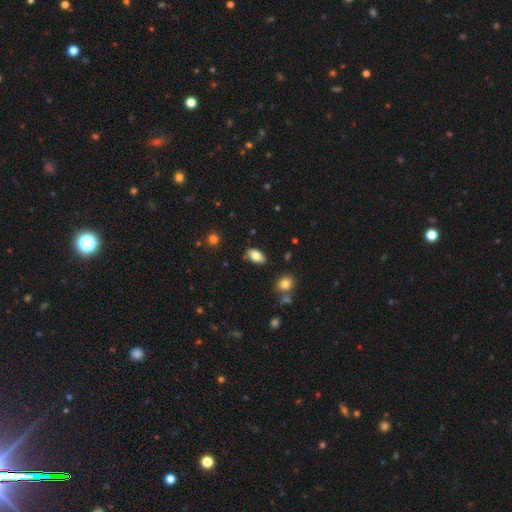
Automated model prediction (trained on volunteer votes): This appears to be a smooth galaxy with no disk features (80%) that is in between round and cigar-shaped (91%). Merging: none (83%).